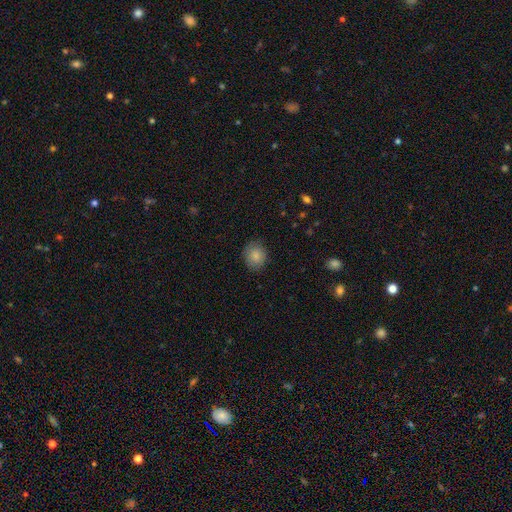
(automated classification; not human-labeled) A smooth galaxy with no disk features (85%) that is round (71%). Merging: none (84%).